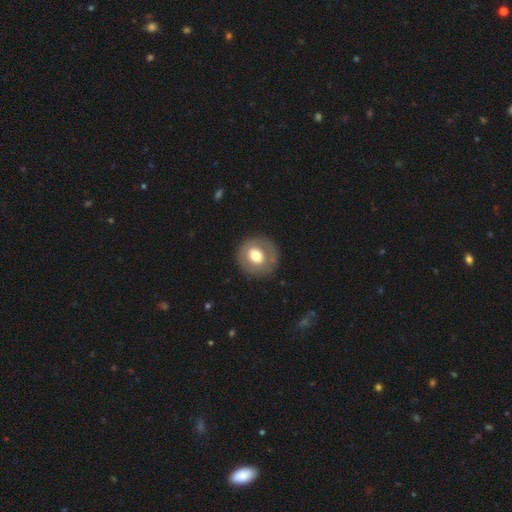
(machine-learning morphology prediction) This is likely a smooth galaxy (61%). How rounded: clearly round (86%). Merging: clearly none (84%).